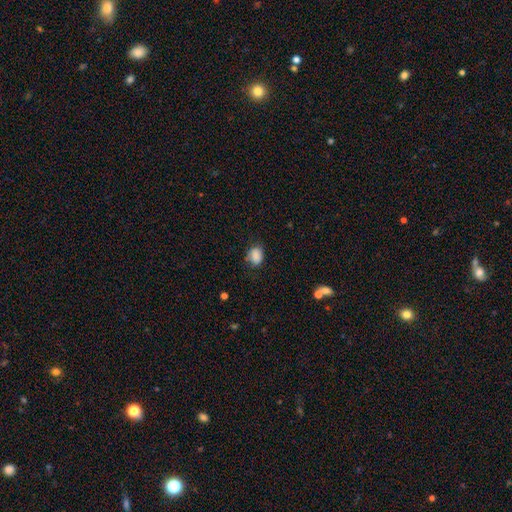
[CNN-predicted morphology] Smooth or featured?
  - smooth: 85% *
  - star or artifact: 9%
  - featured or disk: 6%
How rounded?
  - in between: 65% *
  - round: 34%
  - cigar-shaped: 1%
Merging?
  - none: 65% *
  - minor disturbance: 25%
  - major disturbance: 7%
  - merger: 2%